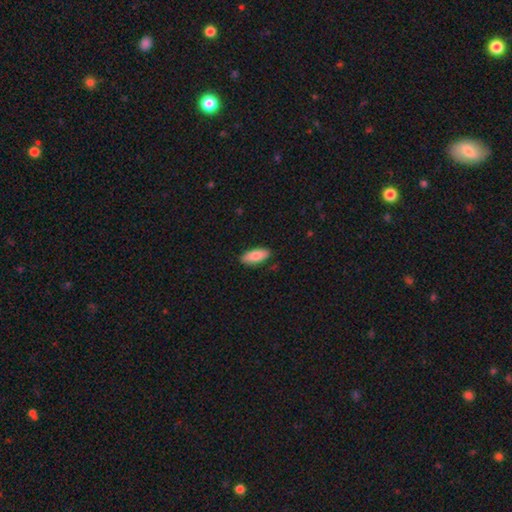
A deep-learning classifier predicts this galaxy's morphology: A smooth galaxy with no disk features (84%) that is in between round and cigar-shaped (84%).

Vote fractions:
- Smooth or featured? smooth: 84% / featured or disk: 10% / star or artifact: 6%
- How rounded? in between: 84% / cigar-shaped: 14% / round: 2%
- Merging? none: 88% / minor disturbance: 9% / major disturbance: 2% / merger: 1%